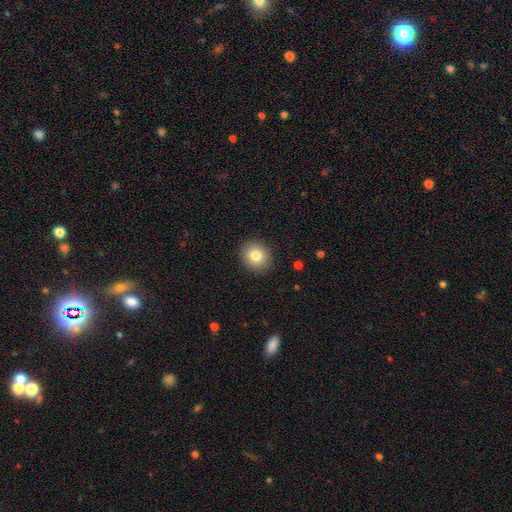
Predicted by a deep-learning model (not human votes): Smooth or featured?
  - smooth: 83% *
  - star or artifact: 9%
  - featured or disk: 8%
How rounded?
  - round: 81% *
  - in between: 18%
  - cigar-shaped: 1%
Merging?
  - none: 90% *
  - minor disturbance: 7%
  - major disturbance: 2%
  - merger: 1%